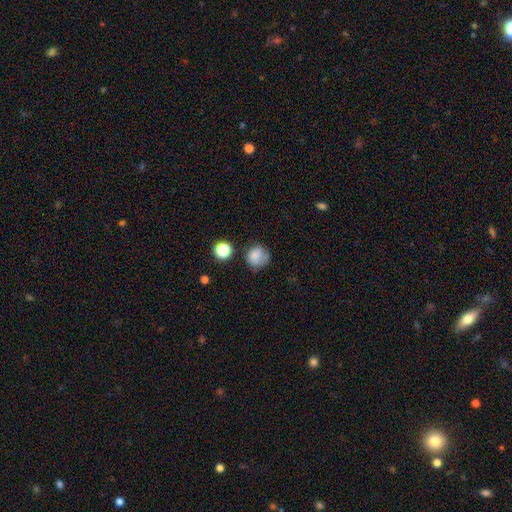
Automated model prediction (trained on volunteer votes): Smooth or featured: smooth — 79% (star or artifact — 12%)
How rounded: round — 84% (in between — 15%)
Merging: none — 62% (minor disturbance — 23%)